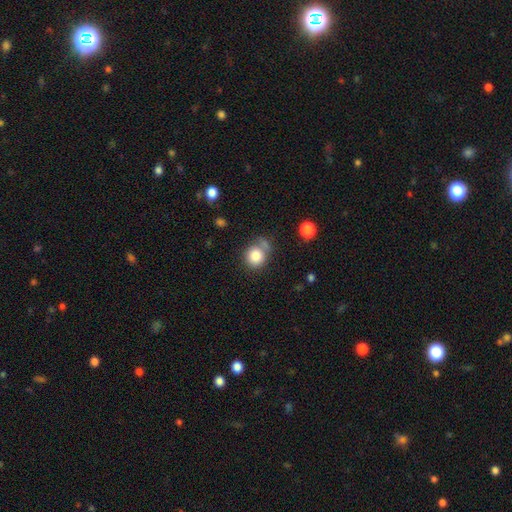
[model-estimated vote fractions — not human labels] Smooth or featured: smooth — 83% (star or artifact — 10%)
How rounded: round — 84% (in between — 15%)
Merging: none — 60% (minor disturbance — 17%)